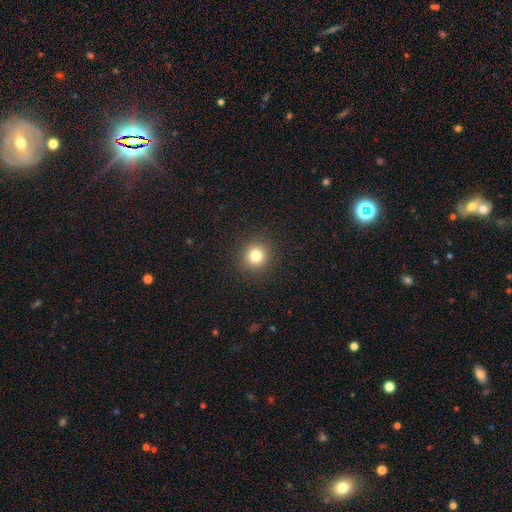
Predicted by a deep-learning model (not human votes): Smooth or featured: smooth — 80% (star or artifact — 14%)
How rounded: round — 92% (in between — 7%)
Merging: none — 91% (minor disturbance — 5%)